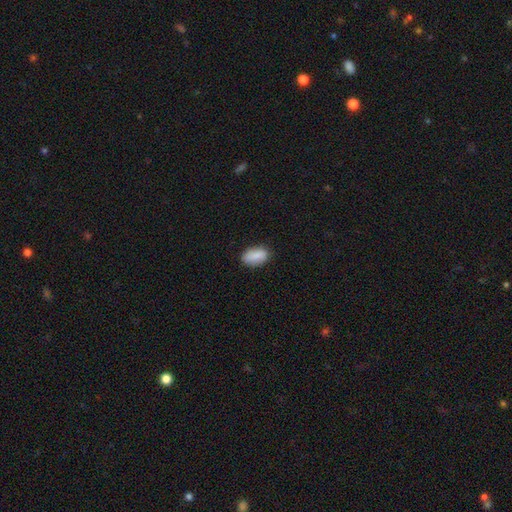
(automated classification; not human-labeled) Smooth or featured: smooth — 85% (featured or disk — 8%)
How rounded: in between — 91% (round — 6%)
Merging: none — 82% (minor disturbance — 14%)